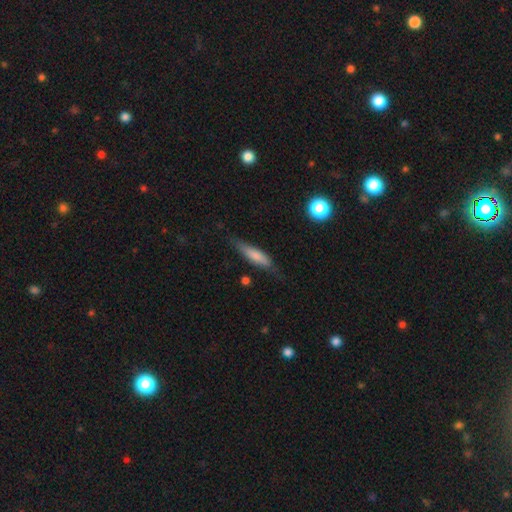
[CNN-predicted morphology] Smooth or featured: smooth — 72% (featured or disk — 21%)
How rounded: cigar-shaped — 69% (in between — 29%)
Merging: none — 69% (minor disturbance — 23%)